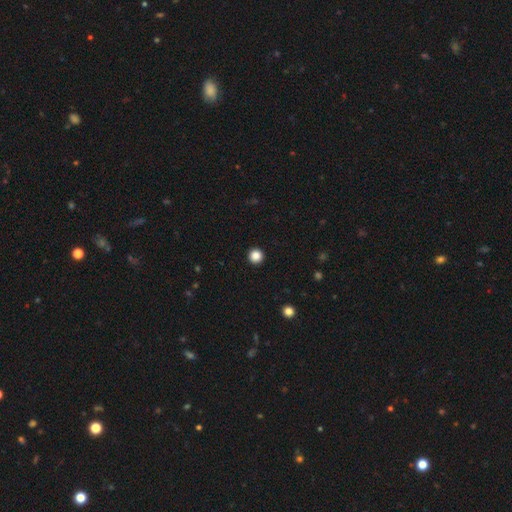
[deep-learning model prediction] smooth-or-featured: smooth: 86% | star or artifact: 11% | featured or disk: 3%
  how-rounded: round: 96% | in between: 3% | cigar-shaped: 1%
  merging: none: 94% | minor disturbance: 3% | major disturbance: 1% | merger: 1%